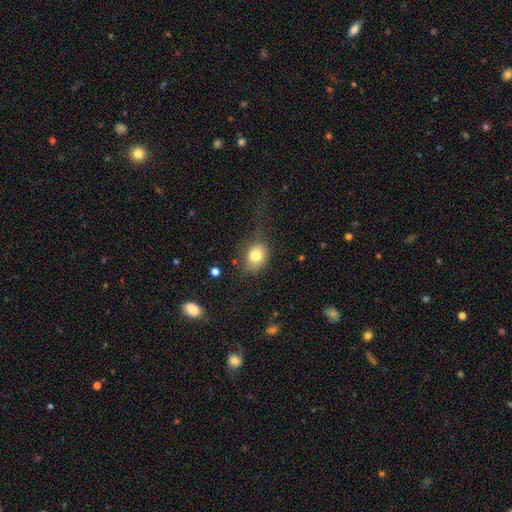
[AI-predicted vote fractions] This appears to be a smooth galaxy with no disk features (79%) that is round (50%). Merging: none (57%).